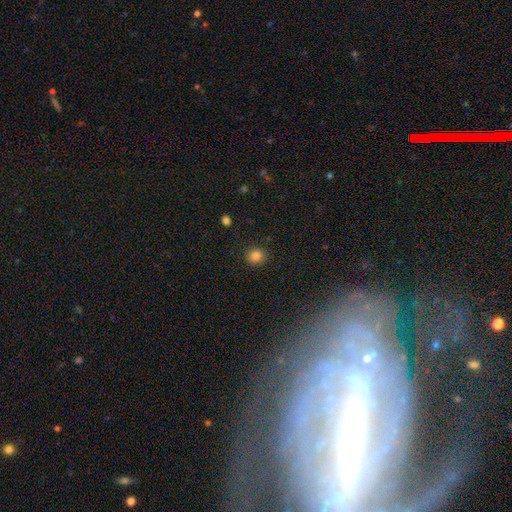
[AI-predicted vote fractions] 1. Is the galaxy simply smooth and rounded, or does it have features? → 83% smooth, 12% star or artifact, 5% featured or disk.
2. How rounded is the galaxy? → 80% round, 19% in between, 1% cigar-shaped.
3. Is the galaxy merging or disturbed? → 89% none, 8% minor disturbance, 2% major disturbance, 1% merger.